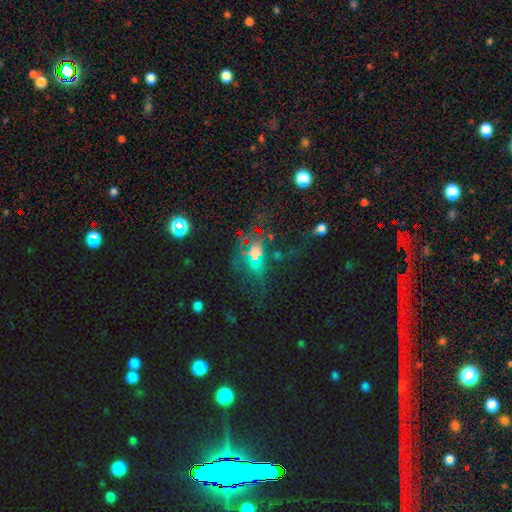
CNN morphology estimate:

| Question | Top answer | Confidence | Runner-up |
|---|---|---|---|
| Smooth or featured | star or artifact | 43% | smooth (32%) |